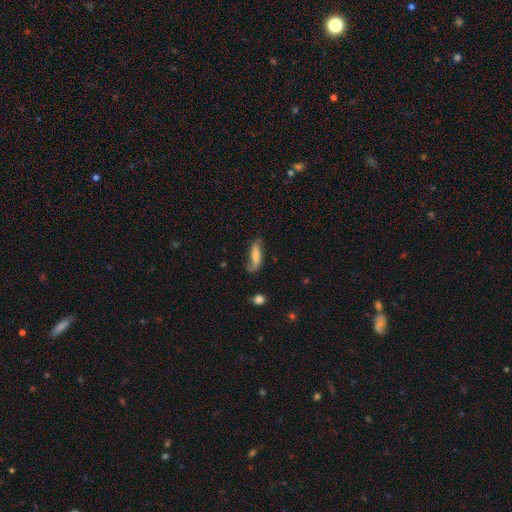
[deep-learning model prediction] A smooth galaxy with no disk features (52%) that is cigar-shaped (52%).

Vote fractions:
- Smooth or featured? smooth: 52% / featured or disk: 40% / star or artifact: 8%
- How rounded? cigar-shaped: 52% / in between: 45% / round: 3%
- Merging? none: 49% / minor disturbance: 29% / major disturbance: 19% / merger: 4%